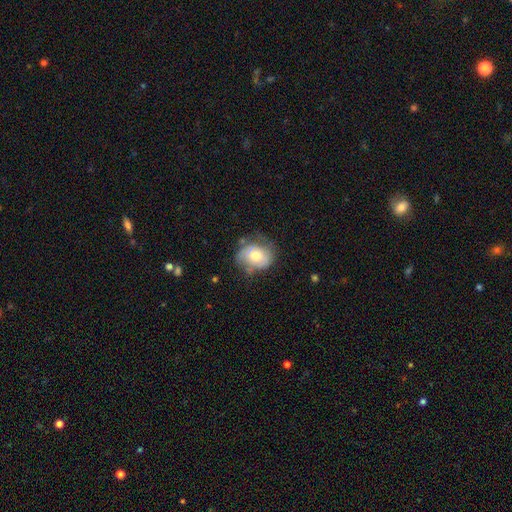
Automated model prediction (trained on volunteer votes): The model was most divided on "how rounded": round: 50%, in between: 49%, cigar-shaped: 1%. More confident: merging — none (54%); smooth or featured — smooth (54%).